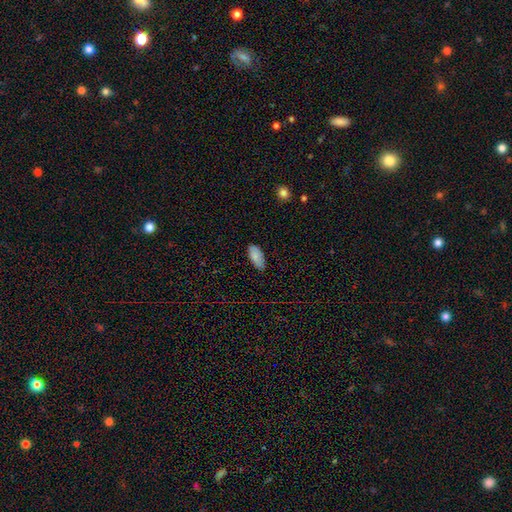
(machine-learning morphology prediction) Smooth or featured? smooth (86%)
How rounded? in between (88%)
Merging? none (77%)